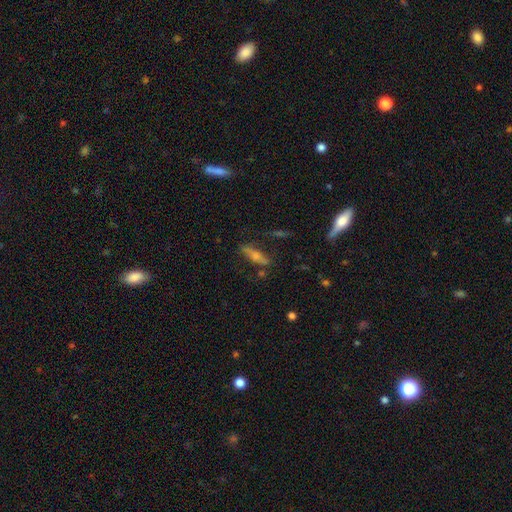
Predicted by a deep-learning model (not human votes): Morphology: type=smooth (49%); merging=none (73%).